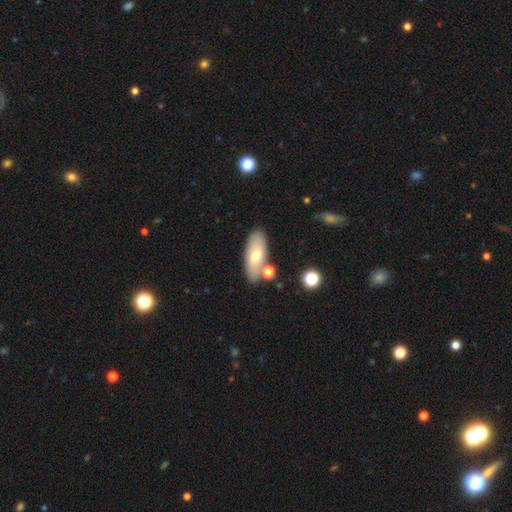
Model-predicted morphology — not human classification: A smooth galaxy with no disk features (64%) that is in between round and cigar-shaped (79%). Merging: none (73%).